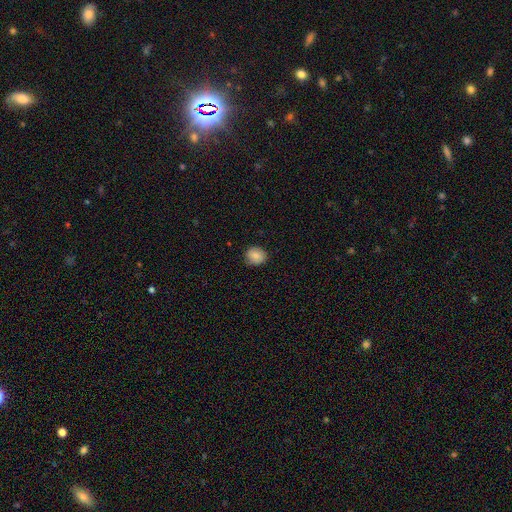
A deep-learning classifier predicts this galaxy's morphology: type=smooth (83%); roundness=round (74%); merging=none (80%).